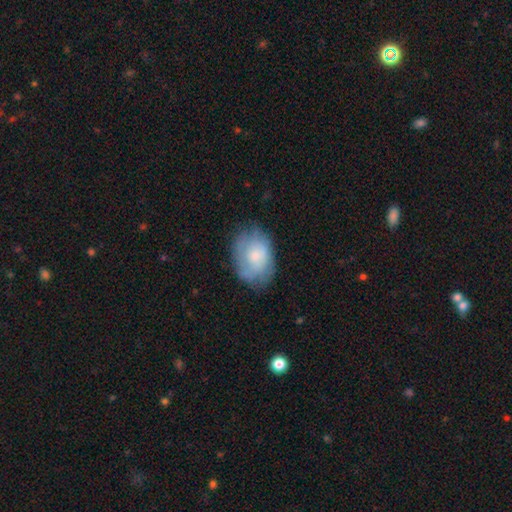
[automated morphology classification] This is possibly a smooth galaxy (60%). How rounded: likely in between (75%). Merging: likely none (67%).